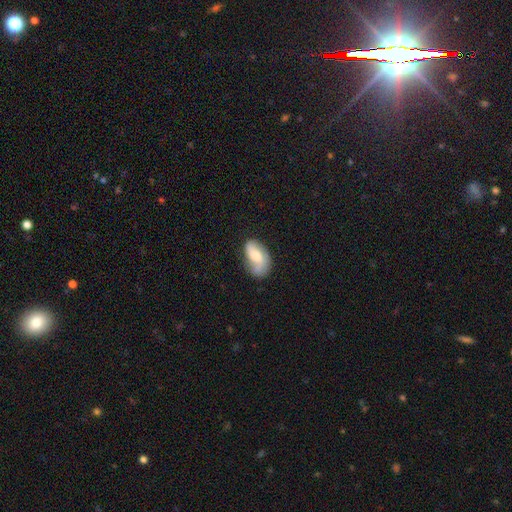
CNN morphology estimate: A featured or disk galaxy (50%). Merging: none (56%).